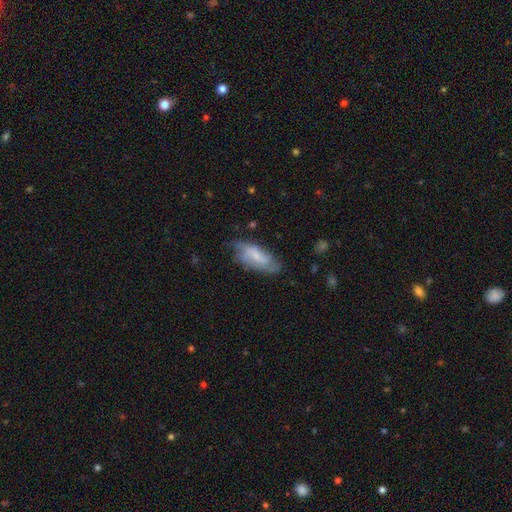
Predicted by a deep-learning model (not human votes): Morphology: type=featured or disk (52%); edge-on=no (89%); merging=none (59%).